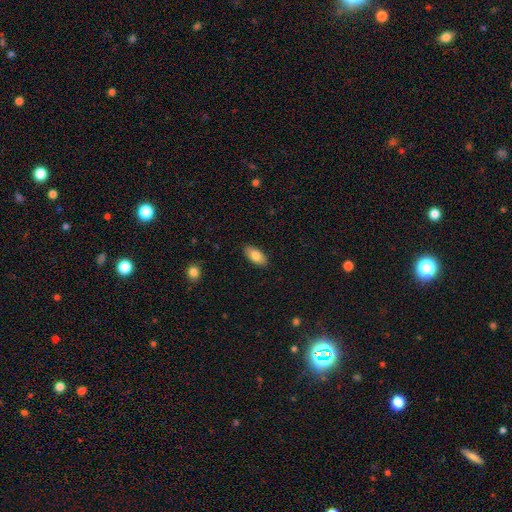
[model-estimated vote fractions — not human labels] Smooth or featured: smooth — 80% (featured or disk — 13%)
How rounded: in between — 90% (cigar-shaped — 7%)
Merging: none — 88% (minor disturbance — 9%)